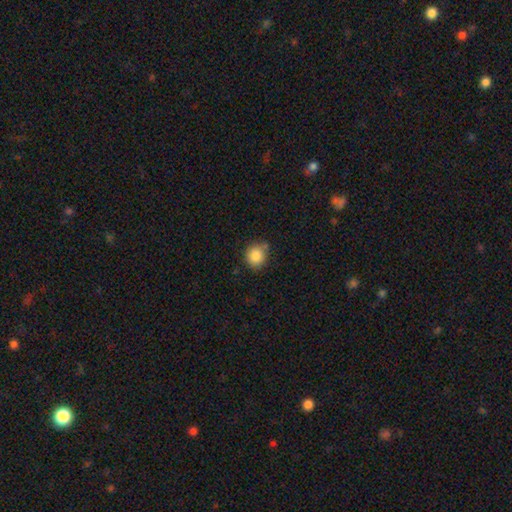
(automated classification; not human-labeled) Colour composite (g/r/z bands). It shows a smooth galaxy with no disk features (86%) that is round (82%). Merging: none (73%).